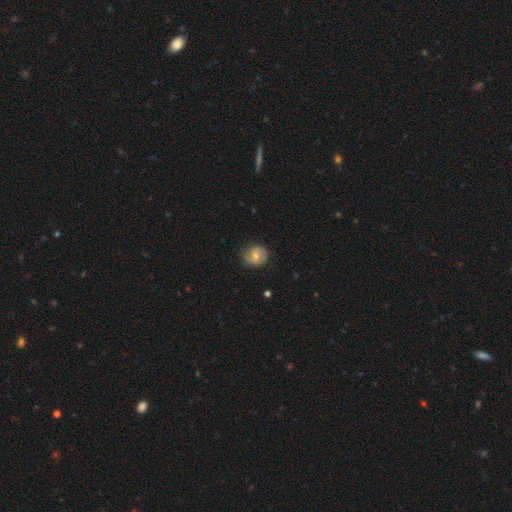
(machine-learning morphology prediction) A smooth galaxy with no disk features (51%) that is round (81%).

Vote fractions:
- Smooth or featured? smooth: 51% / featured or disk: 41% / star or artifact: 8%
- How rounded? round: 81% / in between: 18% / cigar-shaped: 1%
- Merging? none: 78% / minor disturbance: 17% / major disturbance: 4% / merger: 1%